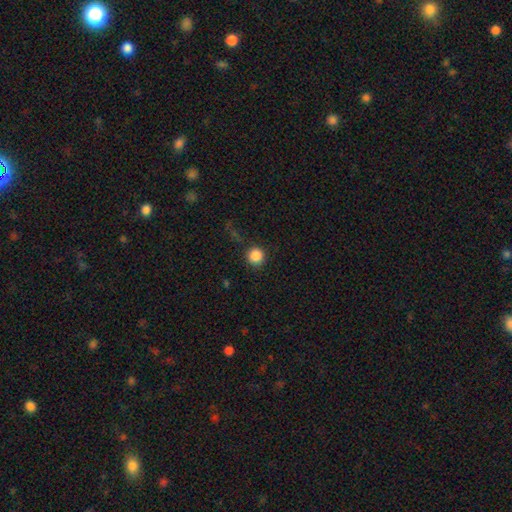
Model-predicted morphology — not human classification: type=smooth (87%); roundness=round (95%); merging=none (88%).